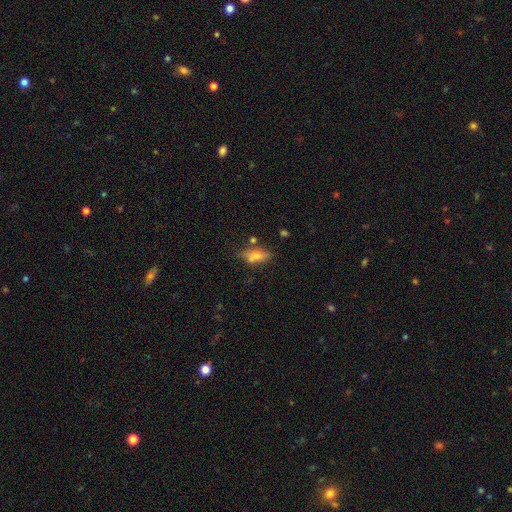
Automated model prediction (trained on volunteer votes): Q: Smooth or featured?
A: smooth (64%); runner-up: featured or disk (27%)
Q: How rounded?
A: in between (75%); runner-up: cigar-shaped (20%)
Q: Merging?
A: none (59%); runner-up: minor disturbance (23%)